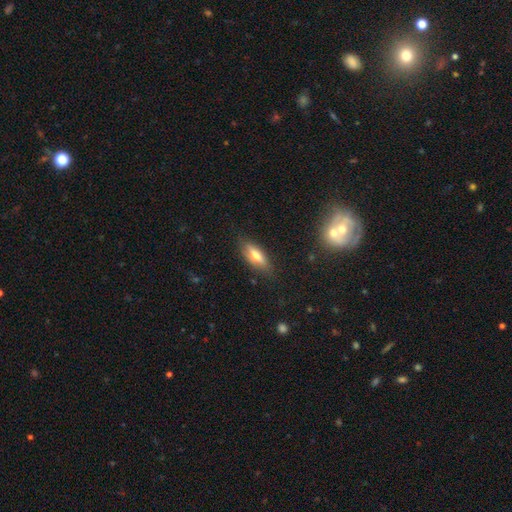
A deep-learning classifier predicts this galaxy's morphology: Smooth or featured? Predicted: smooth (p=0.53). How rounded? Predicted: in between (p=0.58). Merging? Predicted: none (p=0.80).